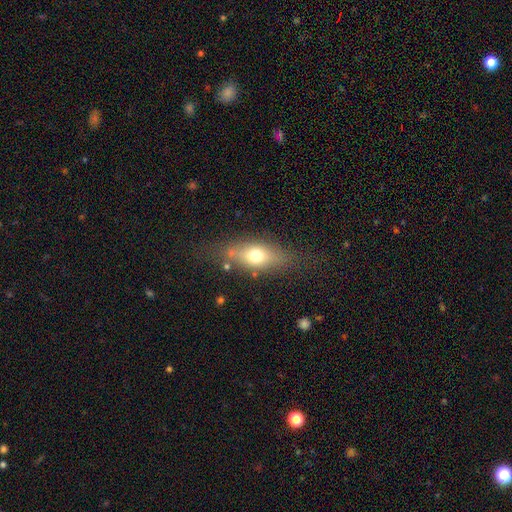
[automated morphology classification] The model was most divided on "smooth or featured": smooth: 65%, featured or disk: 26%, star or artifact: 10%. More confident: merging — none (71%); how rounded — in between (70%).